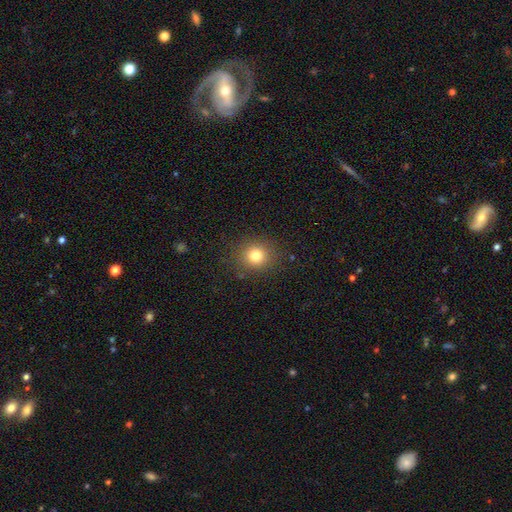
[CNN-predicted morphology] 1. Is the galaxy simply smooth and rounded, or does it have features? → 78% smooth, 14% star or artifact, 8% featured or disk.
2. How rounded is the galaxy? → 89% round, 10% in between, 1% cigar-shaped.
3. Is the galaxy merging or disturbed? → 88% none, 8% minor disturbance, 3% major disturbance, 1% merger.